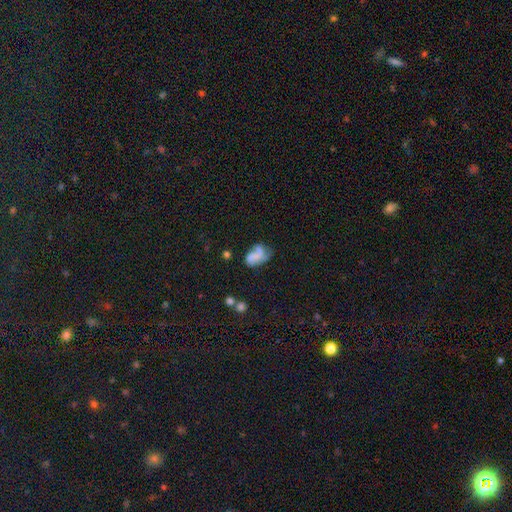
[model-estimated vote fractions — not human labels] Morphology: type=smooth (45%); merging=major disturbance (31%).